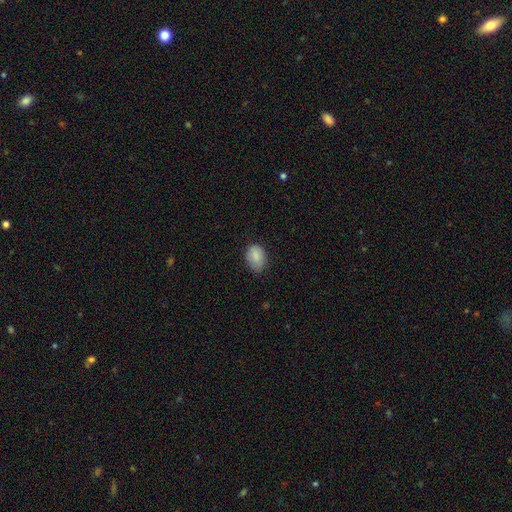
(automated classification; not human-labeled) This appears to be a smooth galaxy with no disk features (86%) that is in between round and cigar-shaped (78%). Merging: none (68%).